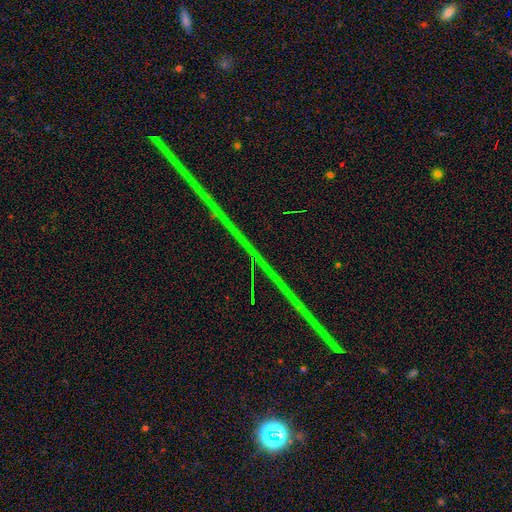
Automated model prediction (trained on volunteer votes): star or artifact 85%, featured or disk 10%, smooth 6%.